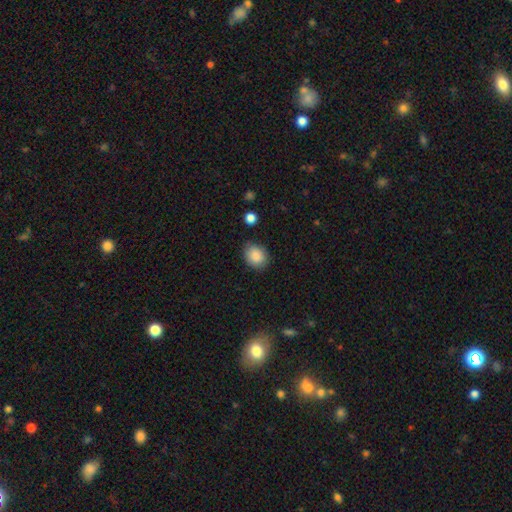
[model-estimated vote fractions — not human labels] Smooth or featured: smooth — 88% (star or artifact — 8%)
How rounded: round — 53% (in between — 46%)
Merging: none — 82% (minor disturbance — 13%)